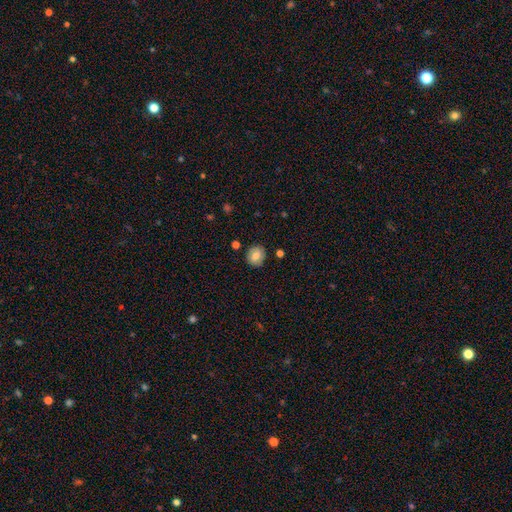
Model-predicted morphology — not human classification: The model was most divided on "how rounded": round: 74%, in between: 25%, cigar-shaped: 1%. More confident: merging — none (86%); smooth or featured — smooth (74%).